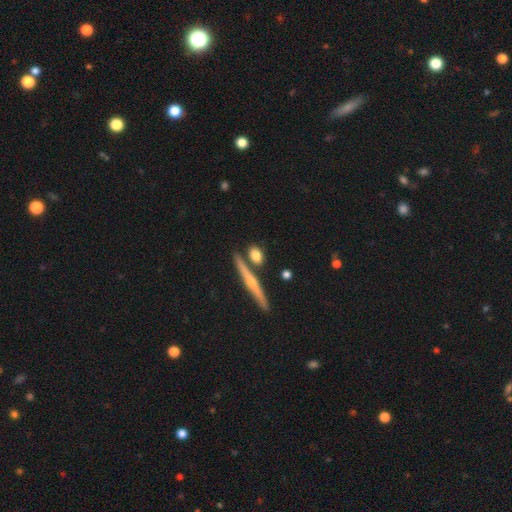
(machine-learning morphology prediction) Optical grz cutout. It shows a smooth galaxy with no disk features (69%) that is in between round and cigar-shaped (41%). Merging: none (71%).